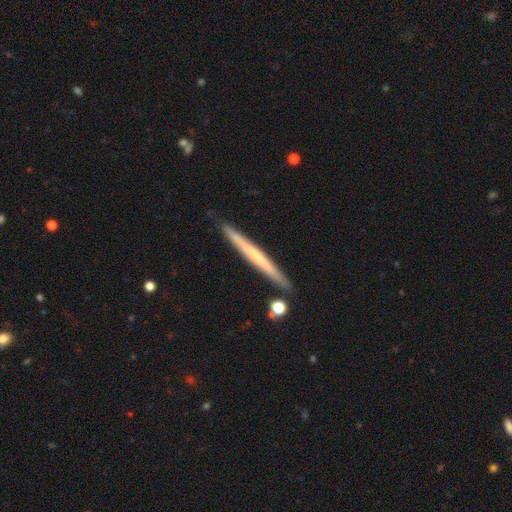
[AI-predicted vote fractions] Smooth or featured? Predicted: featured or disk (p=0.51). Edge-on disk? Predicted: yes (p=0.97). Merging? Predicted: none (p=0.89).